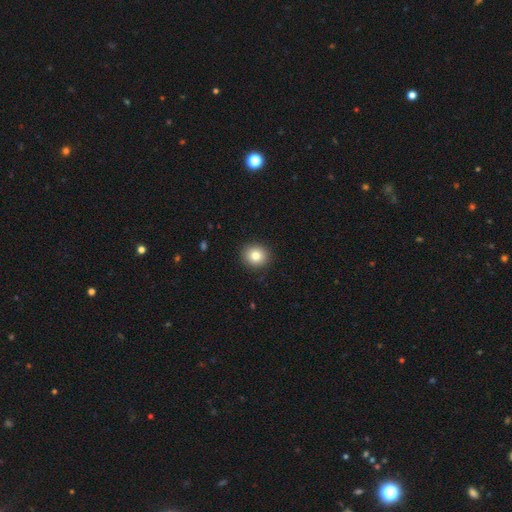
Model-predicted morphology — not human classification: Overall: smooth (81%). How rounded: round (85%). Merging: none (91%).